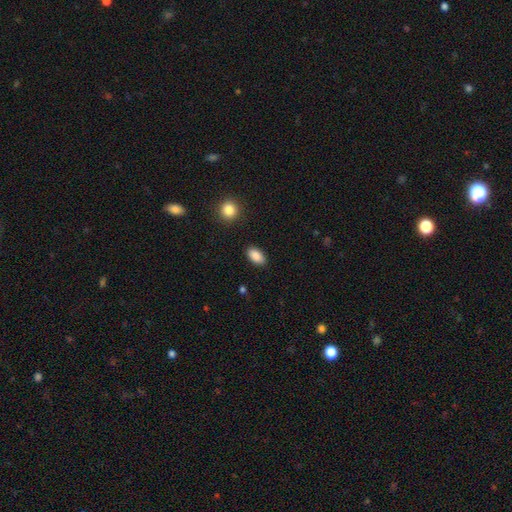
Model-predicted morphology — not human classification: smooth-or-featured: smooth: 88% | star or artifact: 8% | featured or disk: 4%
  how-rounded: in between: 92% | round: 5% | cigar-shaped: 3%
  merging: none: 88% | minor disturbance: 8% | major disturbance: 2% | merger: 1%